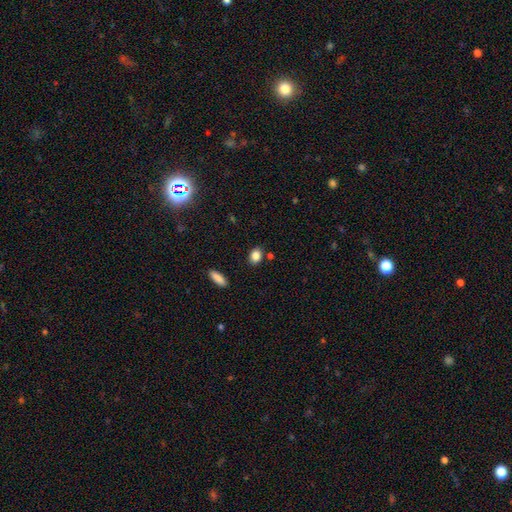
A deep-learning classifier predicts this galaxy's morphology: smooth-or-featured: smooth: 85% | star or artifact: 10% | featured or disk: 5%
  how-rounded: in between: 72% | round: 26% | cigar-shaped: 2%
  merging: none: 82% | minor disturbance: 11% | merger: 5% | major disturbance: 3%